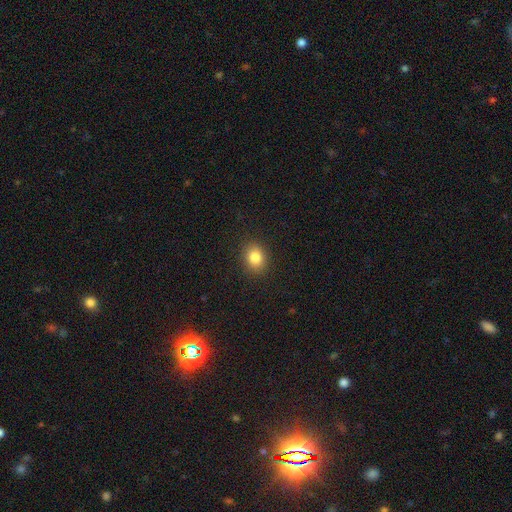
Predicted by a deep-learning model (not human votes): The model was most divided on "how rounded": round: 52%, in between: 47%, cigar-shaped: 1%. More confident: merging — none (89%); smooth or featured — smooth (83%).